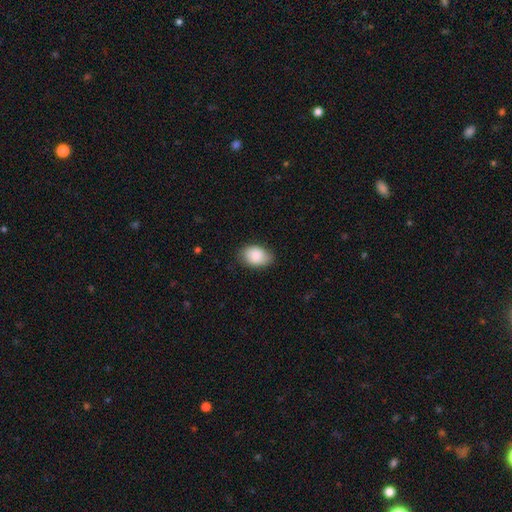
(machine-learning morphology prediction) Q: Smooth or featured?
A: smooth (85%); runner-up: featured or disk (8%)
Q: How rounded?
A: in between (82%); runner-up: round (17%)
Q: Merging?
A: none (76%); runner-up: minor disturbance (19%)